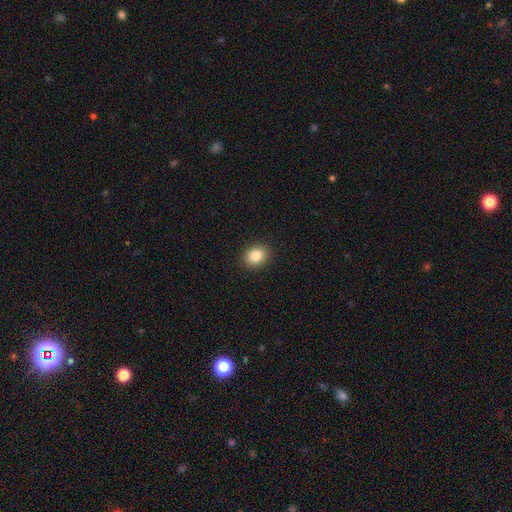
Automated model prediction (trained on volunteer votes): Morphology: type=smooth (85%); roundness=round (51%); merging=none (91%).